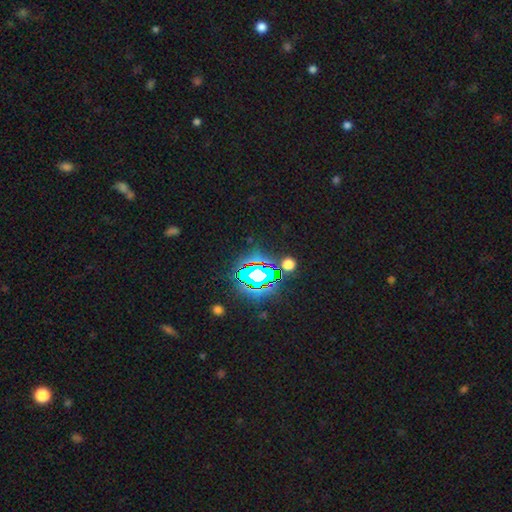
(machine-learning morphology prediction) A star or artifact, not a galaxy (75%).